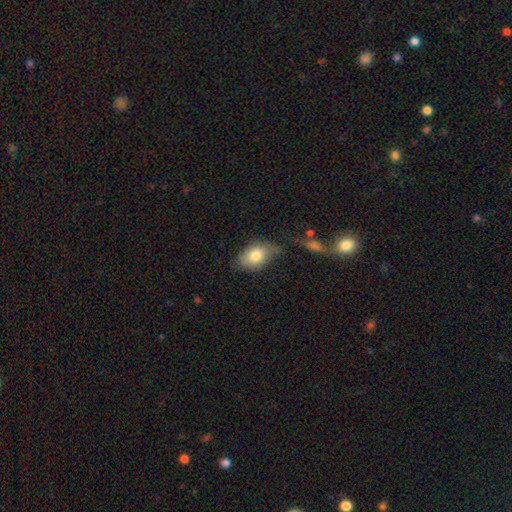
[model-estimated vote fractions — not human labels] smooth 77%, featured or disk 15%, star or artifact 8%. Down the decision tree: how rounded — in between (86%); merging — none (53%).